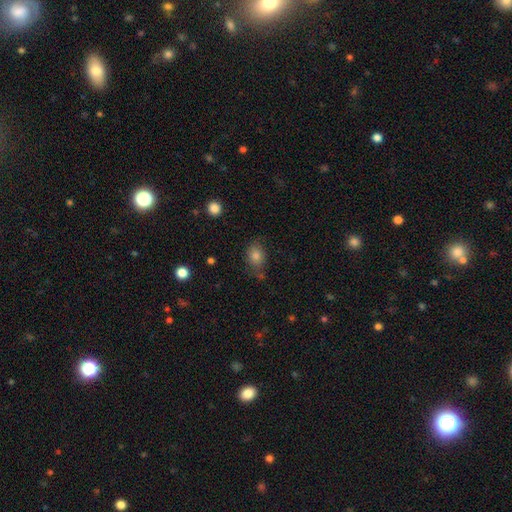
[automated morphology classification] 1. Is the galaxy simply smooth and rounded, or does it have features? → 79% smooth, 12% star or artifact, 9% featured or disk.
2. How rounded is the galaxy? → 65% in between, 33% round, 1% cigar-shaped.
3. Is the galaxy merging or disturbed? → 69% none, 20% minor disturbance, 6% major disturbance, 4% merger.